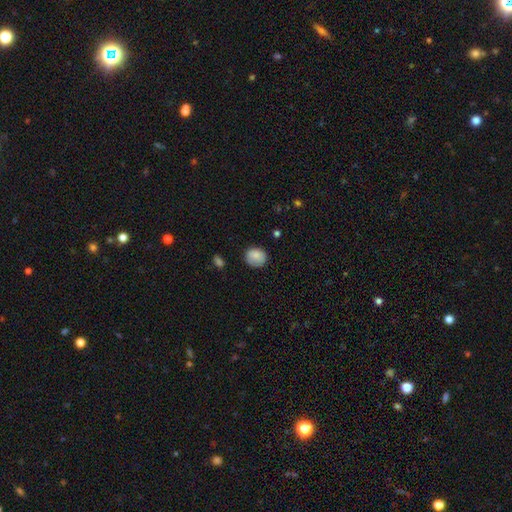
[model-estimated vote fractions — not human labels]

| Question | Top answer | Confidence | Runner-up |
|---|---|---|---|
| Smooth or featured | smooth | 84% | featured or disk (8%) |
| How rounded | round | 79% | in between (20%) |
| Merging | none | 77% | minor disturbance (18%) |